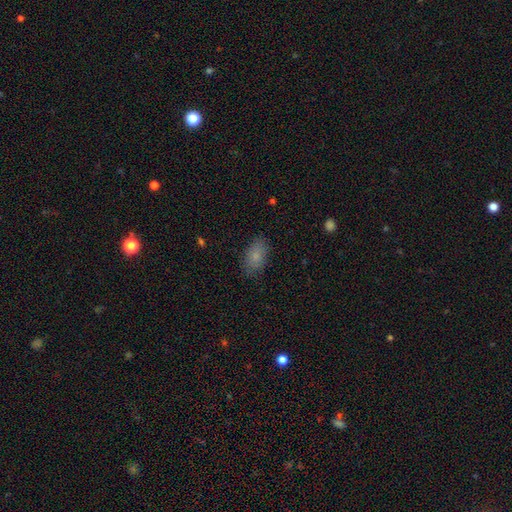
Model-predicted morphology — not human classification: This appears to be a smooth galaxy with no disk features (82%) that is in between round and cigar-shaped (91%). Merging: none (82%).